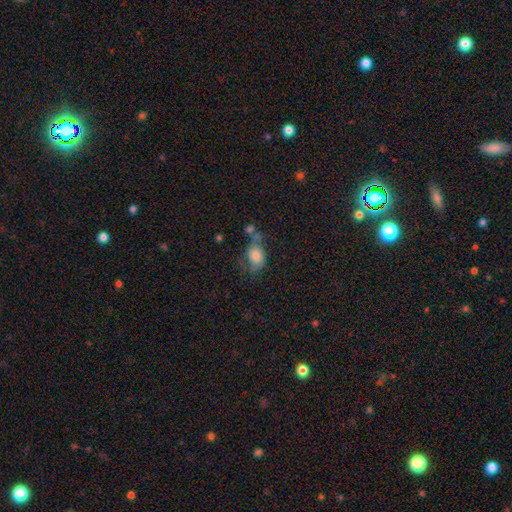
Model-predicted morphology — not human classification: Q: Smooth or featured?
A: smooth (67%); runner-up: featured or disk (23%)
Q: How rounded?
A: in between (78%); runner-up: round (21%)
Q: Merging?
A: none (34%); runner-up: minor disturbance (27%)